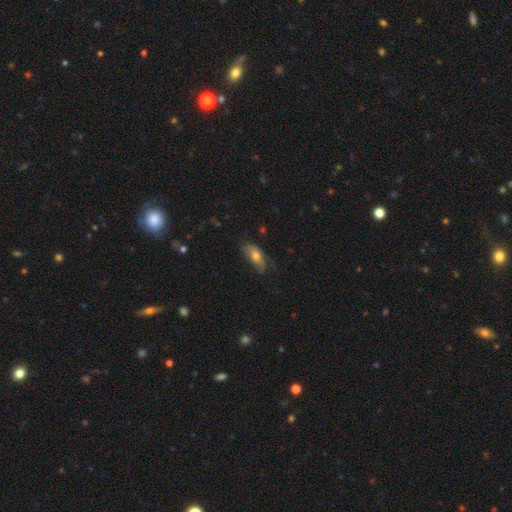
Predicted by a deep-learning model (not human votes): A smooth galaxy with no disk features (66%) that is in between round and cigar-shaped (79%). Merging: none (48%).